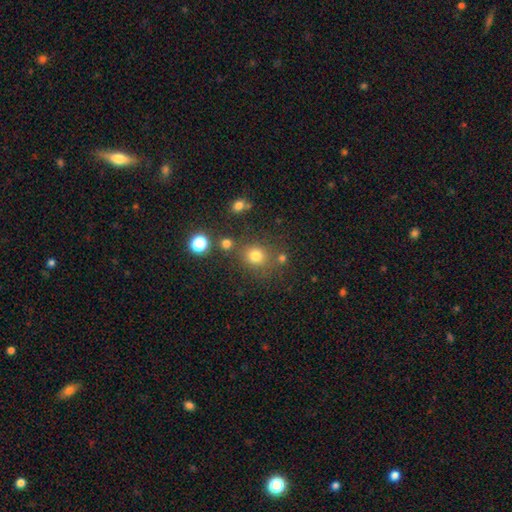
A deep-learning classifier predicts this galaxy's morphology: Overall: smooth (76%). How rounded: round (83%). Merging: none (73%).